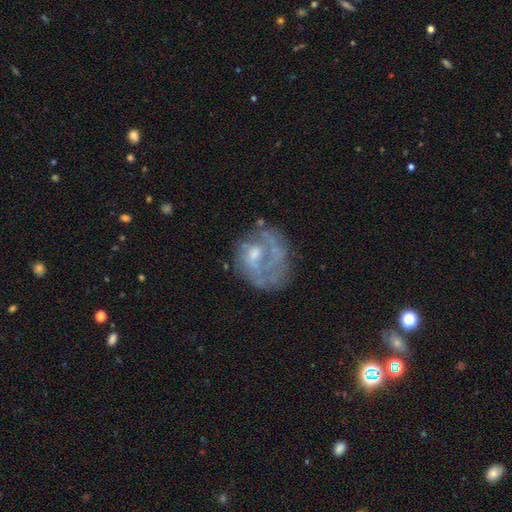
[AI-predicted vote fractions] smooth_or_featured: featured or disk (p=0.67) [alt: smooth p=0.24]
disk_edge_on: no (p=0.98) [alt: yes p=0.02]
bar: no (p=0.68) [alt: weak p=0.27]
has_spiral_arms: no (p=0.53) [alt: yes p=0.47]
bulge_size: moderate (p=0.43) [alt: small p=0.33]
merging: none (p=0.46) [alt: major disturbance p=0.27]